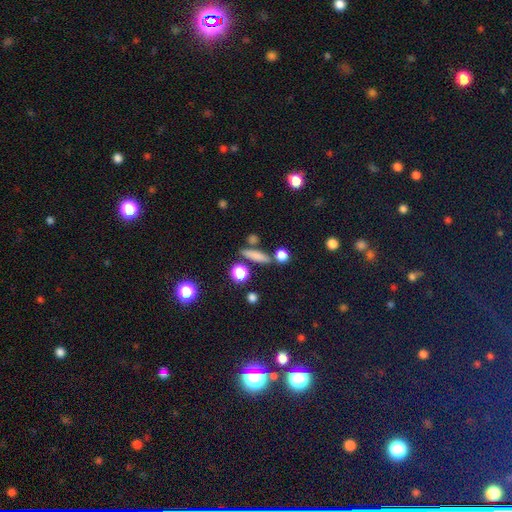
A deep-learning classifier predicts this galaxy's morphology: Q: Smooth or featured?
A: smooth (73%); runner-up: featured or disk (15%)
Q: How rounded?
A: cigar-shaped (71%); runner-up: in between (19%)
Q: Merging?
A: none (77%); runner-up: minor disturbance (10%)